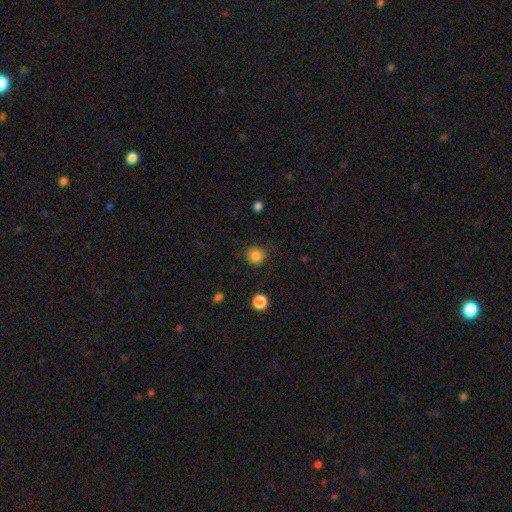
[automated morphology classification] The model was most divided on "smooth or featured": smooth: 85%, star or artifact: 11%, featured or disk: 4%. More confident: how rounded — round (92%); merging — none (85%).